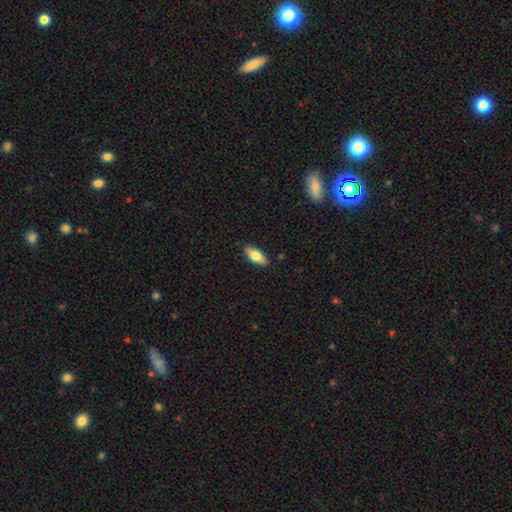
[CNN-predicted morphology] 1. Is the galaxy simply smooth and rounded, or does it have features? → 76% smooth, 18% featured or disk, 6% star or artifact.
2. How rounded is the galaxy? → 85% in between, 13% cigar-shaped, 2% round.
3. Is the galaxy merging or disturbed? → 88% none, 9% minor disturbance, 2% major disturbance, 1% merger.